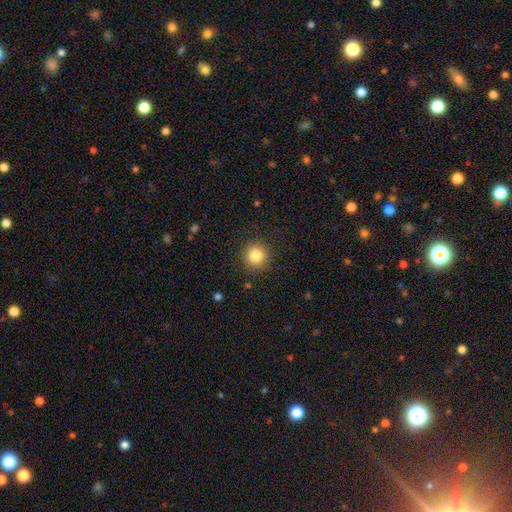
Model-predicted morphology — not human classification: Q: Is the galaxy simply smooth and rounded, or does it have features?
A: smooth — 83%.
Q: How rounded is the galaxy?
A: round — 94%.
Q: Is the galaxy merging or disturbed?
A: none — 91%.